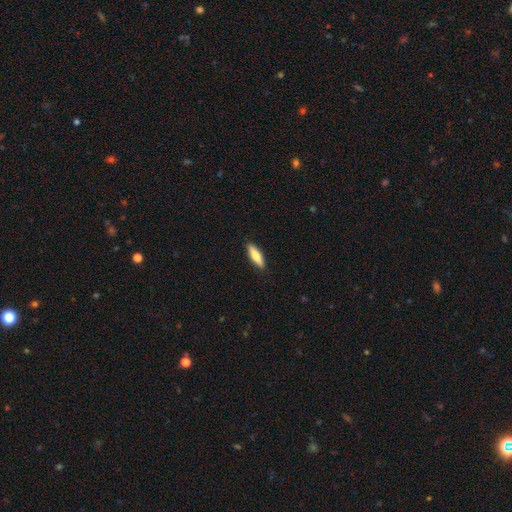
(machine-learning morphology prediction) Overall: smooth (72%). How rounded: cigar-shaped (58%; in between 40%). Merging: none (90%).